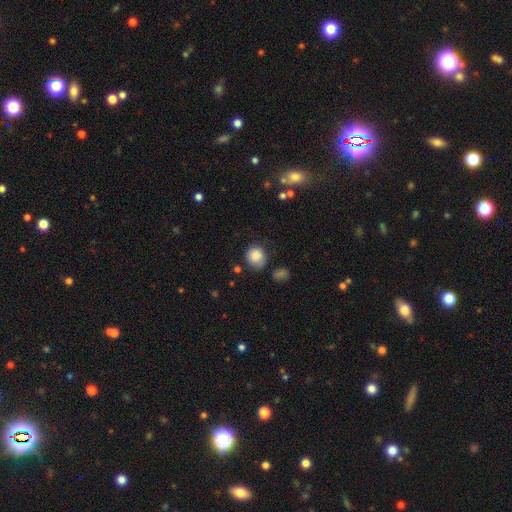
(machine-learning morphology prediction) Smooth or featured? smooth (86%)
How rounded? round (79%)
Merging? none (64%)